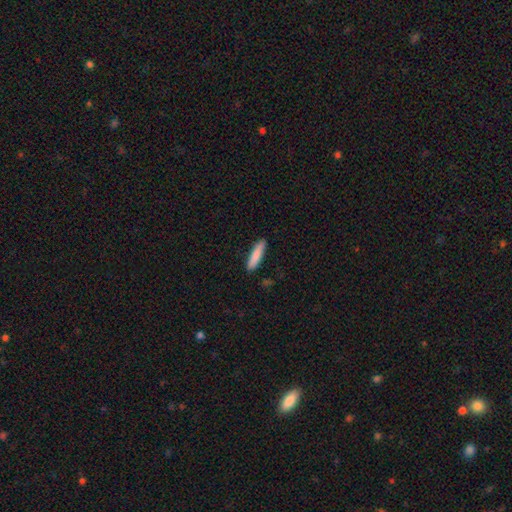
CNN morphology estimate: smooth 85%, featured or disk 9%, star or artifact 6%. Down the decision tree: how rounded — cigar-shaped (83%); merging — none (88%).